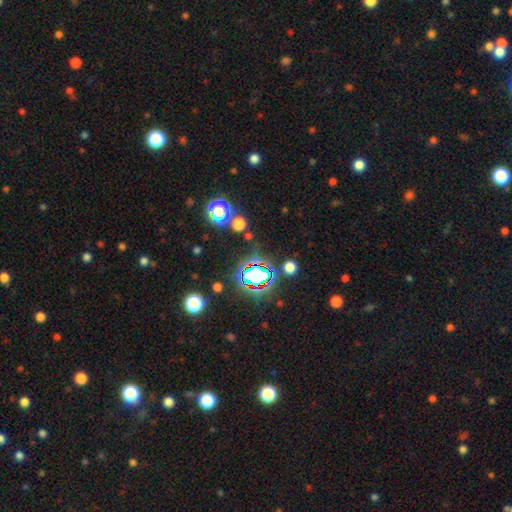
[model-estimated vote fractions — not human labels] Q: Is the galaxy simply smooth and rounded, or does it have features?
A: star or artifact — 80%.